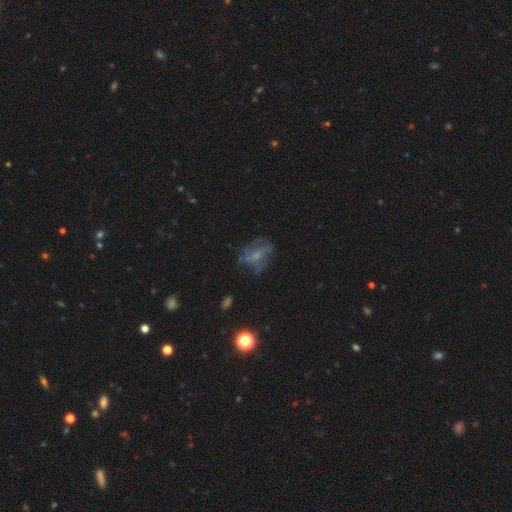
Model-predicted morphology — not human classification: Overall: featured or disk (50%; smooth 33%). Merging: none (49%; major disturbance 26%).